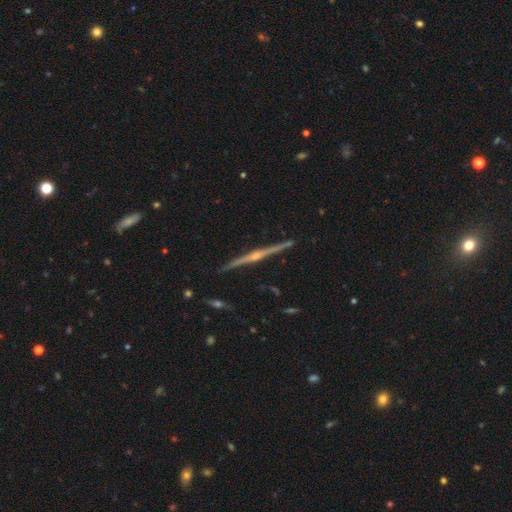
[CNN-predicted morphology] Overall: featured or disk (88%). Edge-on disk: yes (99%). Edge-on bulge: rounded (85%). Merging: none (92%).